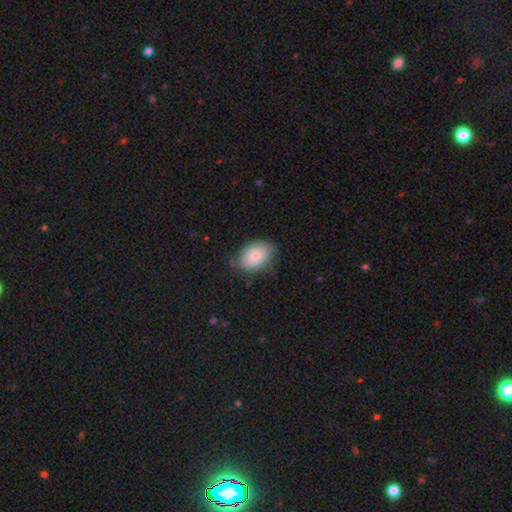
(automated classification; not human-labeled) Smooth or featured? Predicted: smooth (p=0.82). How rounded? Predicted: in between (p=0.85). Merging? Predicted: none (p=0.69).